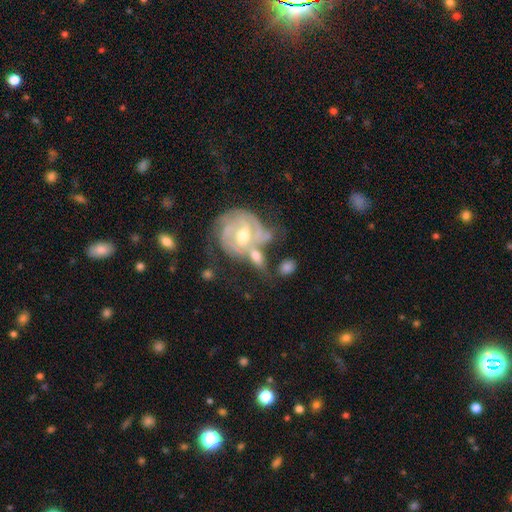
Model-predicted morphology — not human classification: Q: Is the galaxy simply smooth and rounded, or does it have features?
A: featured or disk — 67%.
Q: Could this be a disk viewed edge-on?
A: no — 94%.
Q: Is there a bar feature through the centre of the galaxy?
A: weak — 42%.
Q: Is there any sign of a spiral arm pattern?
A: yes — 86%.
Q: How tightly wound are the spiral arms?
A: tight — 55%.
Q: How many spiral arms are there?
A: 2 — 31%.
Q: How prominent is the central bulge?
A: moderate — 69%.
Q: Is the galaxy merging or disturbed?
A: merger — 38%.